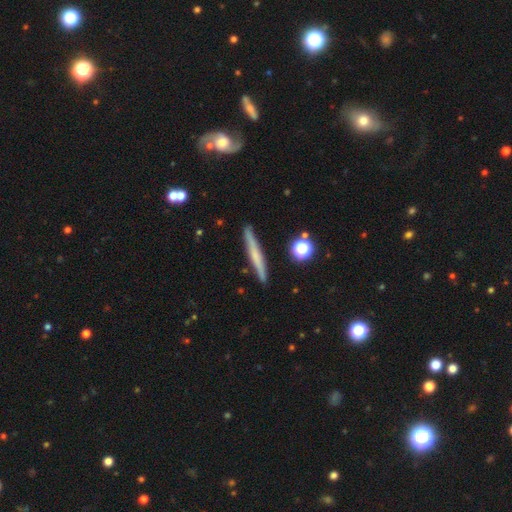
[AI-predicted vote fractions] Smooth or featured? Predicted: smooth (p=0.47). Merging? Predicted: none (p=0.88).